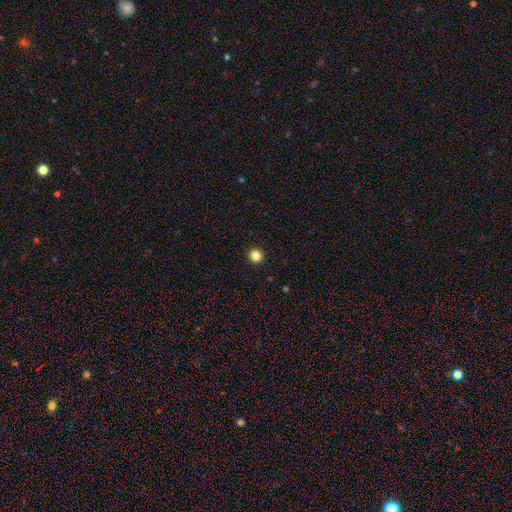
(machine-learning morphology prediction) Smooth or featured?
  - smooth: 84% *
  - star or artifact: 12%
  - featured or disk: 4%
How rounded?
  - round: 95% *
  - in between: 4%
  - cigar-shaped: 1%
Merging?
  - none: 94% *
  - minor disturbance: 4%
  - major disturbance: 1%
  - merger: 1%